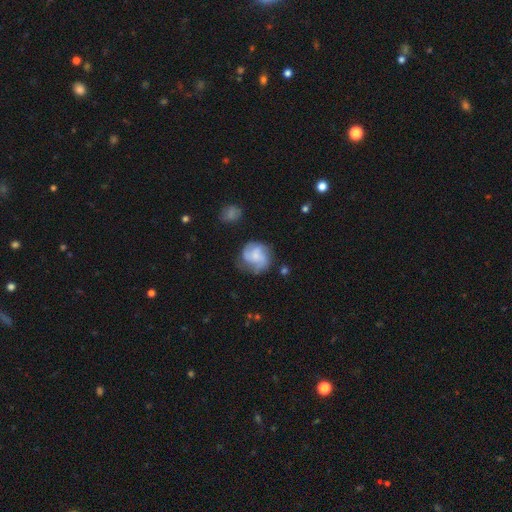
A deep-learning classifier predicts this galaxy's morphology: This appears to be a featured or disk galaxy (67%) with no bar (66%), 3 (49%) medium (48%) spiral arms (93%) and a small central bulge (54%). Merging: none (70%).